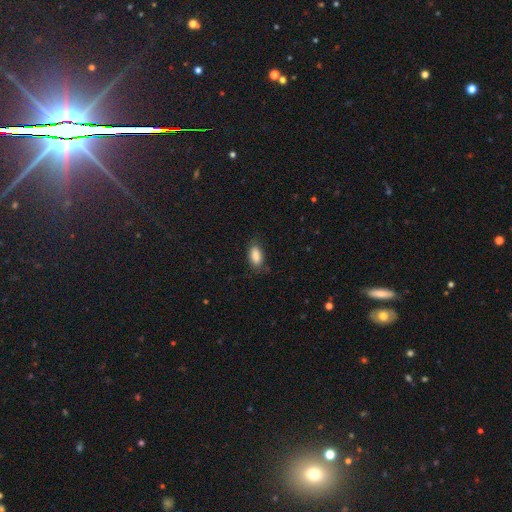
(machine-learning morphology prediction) smooth-or-featured: smooth: 87% | star or artifact: 7% | featured or disk: 5%
  how-rounded: in between: 91% | cigar-shaped: 5% | round: 4%
  merging: none: 78% | minor disturbance: 17% | major disturbance: 4% | merger: 1%